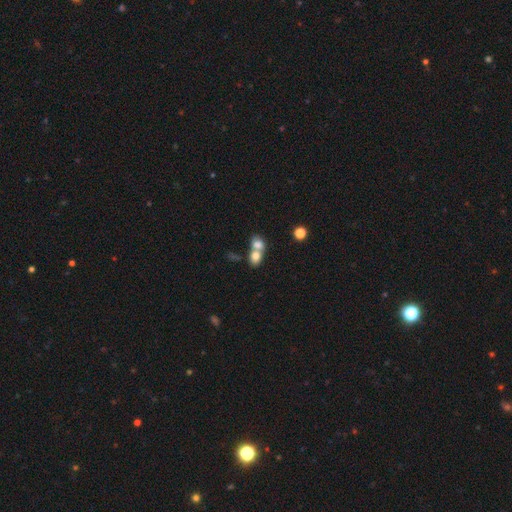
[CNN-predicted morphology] Smooth or featured? smooth (76%)
How rounded? in between (56%)
Merging? merger (71%)